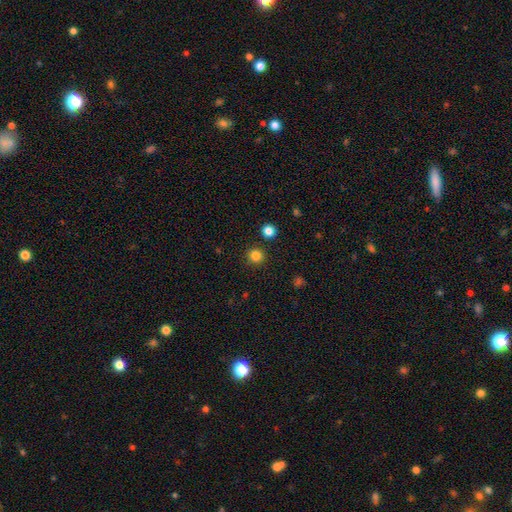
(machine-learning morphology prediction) smooth 83%, star or artifact 14%, featured or disk 4%. Down the decision tree: how rounded — round (95%); merging — none (90%).